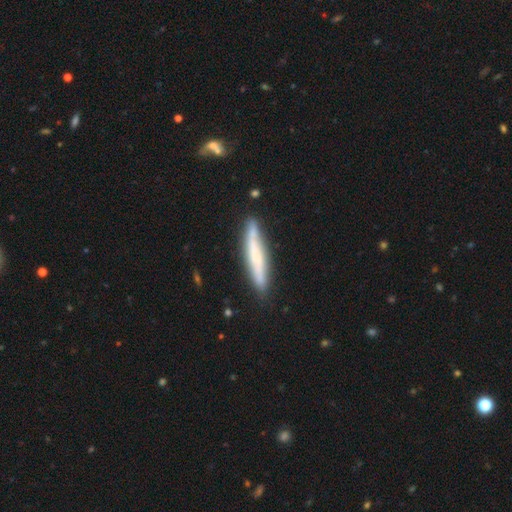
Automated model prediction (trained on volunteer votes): Smooth or featured?
  - featured or disk: 48% *
  - smooth: 45%
  - star or artifact: 6%
Merging?
  - none: 82% *
  - minor disturbance: 13%
  - merger: 2%
  - major disturbance: 2%